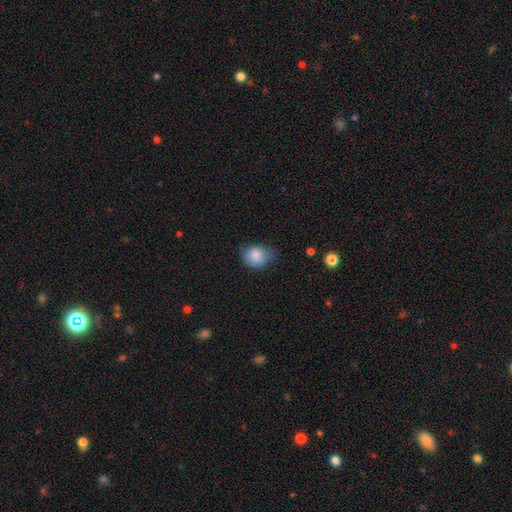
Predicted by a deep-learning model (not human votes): Smooth or featured? Predicted: smooth (p=0.83). How rounded? Predicted: round (p=0.52). Merging? Predicted: none (p=0.52).